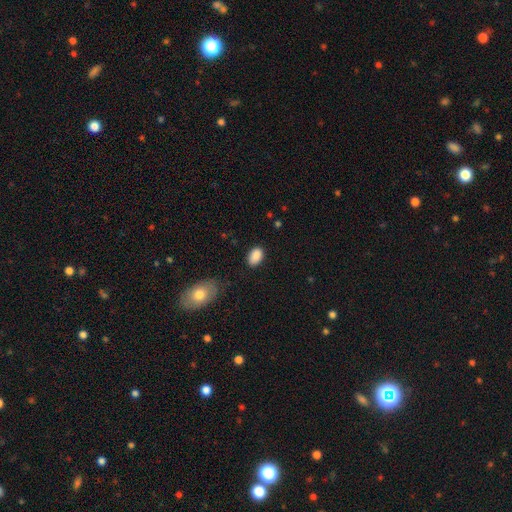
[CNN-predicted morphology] smooth 89%, star or artifact 8%, featured or disk 4%. Down the decision tree: how rounded — in between (88%); merging — none (83%).